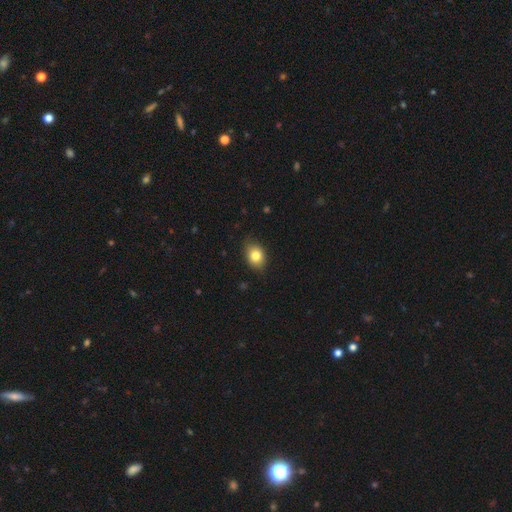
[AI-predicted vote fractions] A smooth galaxy with no disk features (81%) that is in between round and cigar-shaped (60%). Merging: none (81%).